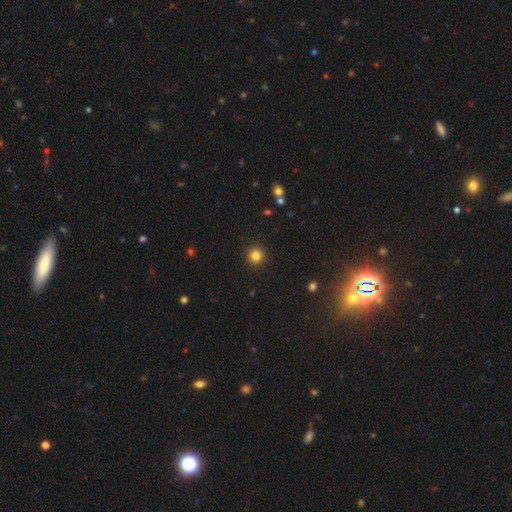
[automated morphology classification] This is clearly a smooth galaxy (83%). How rounded: clearly round (94%). Merging: clearly none (93%).